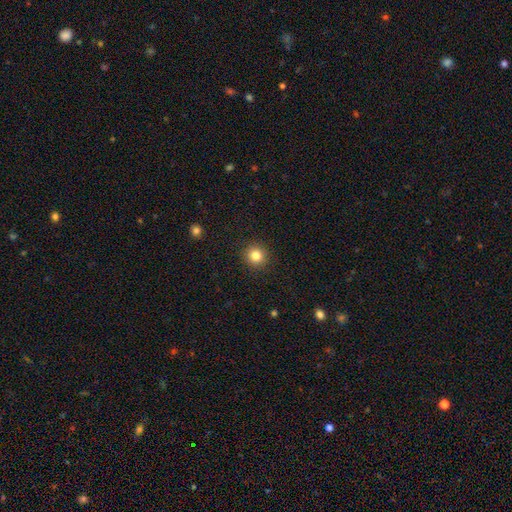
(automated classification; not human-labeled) Smooth or featured? smooth (83%)
How rounded? round (94%)
Merging? none (92%)